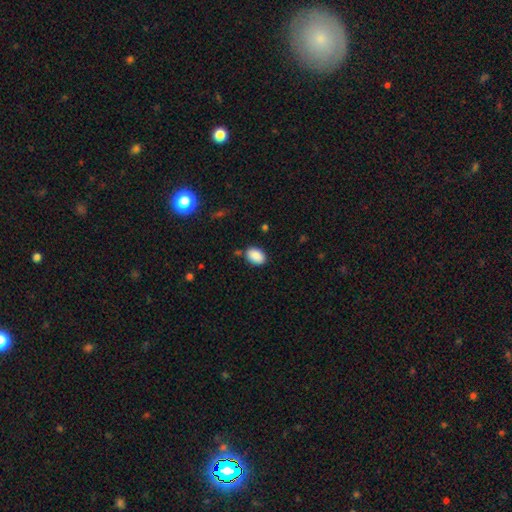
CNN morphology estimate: smooth-or-featured: smooth: 89% | star or artifact: 8% | featured or disk: 3%
  how-rounded: in between: 86% | round: 13% | cigar-shaped: 1%
  merging: none: 82% | minor disturbance: 12% | major disturbance: 3% | merger: 3%